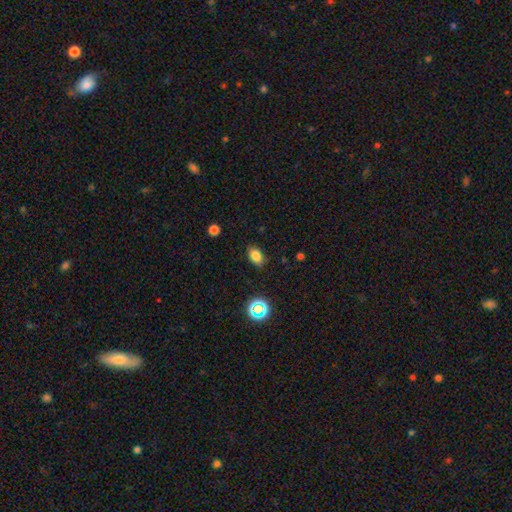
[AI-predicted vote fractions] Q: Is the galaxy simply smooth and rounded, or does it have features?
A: smooth — 80%.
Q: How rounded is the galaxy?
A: in between — 85%.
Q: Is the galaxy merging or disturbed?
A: none — 84%.